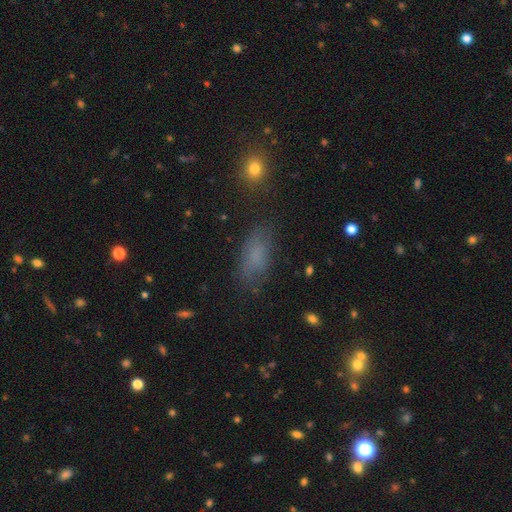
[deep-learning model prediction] Overall: smooth (71%). How rounded: in between (86%). Merging: none (71%).